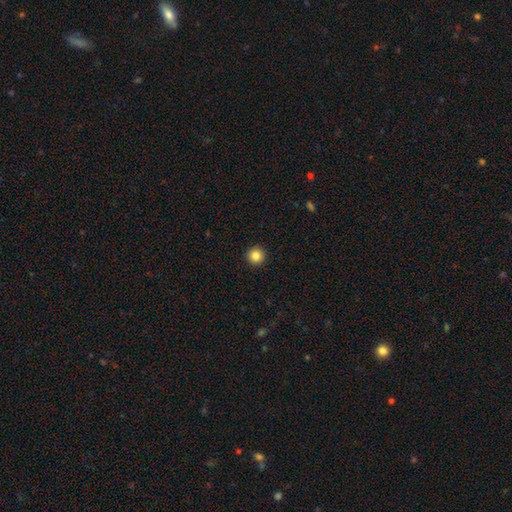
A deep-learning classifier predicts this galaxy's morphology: This is clearly a smooth galaxy (85%). How rounded: clearly round (96%). Merging: clearly none (94%).